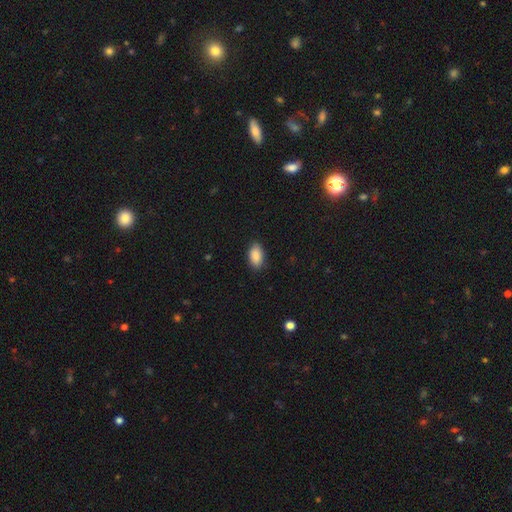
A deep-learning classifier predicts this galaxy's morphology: Smooth or featured? Predicted: smooth (p=0.90). How rounded? Predicted: in between (p=0.93). Merging? Predicted: none (p=0.87).